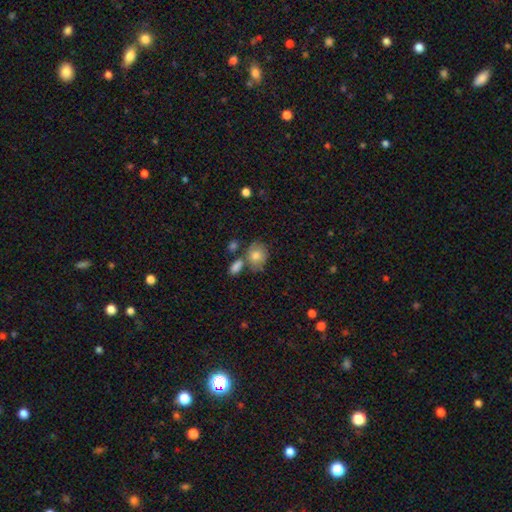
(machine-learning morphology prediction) Smooth or featured?
  - smooth: 75% *
  - featured or disk: 16%
  - star or artifact: 9%
How rounded?
  - round: 50% *
  - in between: 48%
  - cigar-shaped: 1%
Merging?
  - none: 57% *
  - merger: 20%
  - minor disturbance: 17%
  - major disturbance: 6%